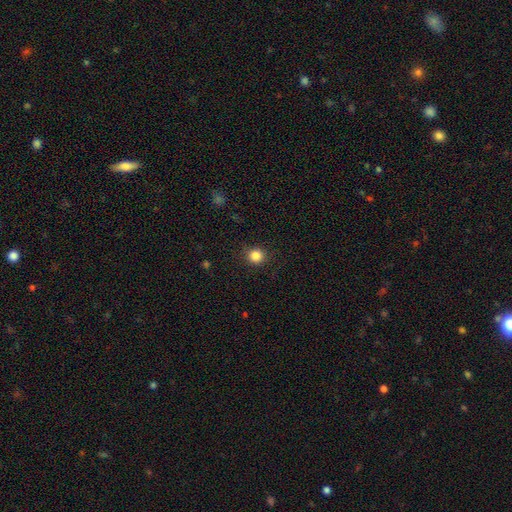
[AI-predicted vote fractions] smooth 85%, star or artifact 11%, featured or disk 4%. Down the decision tree: how rounded — round (92%); merging — none (90%).